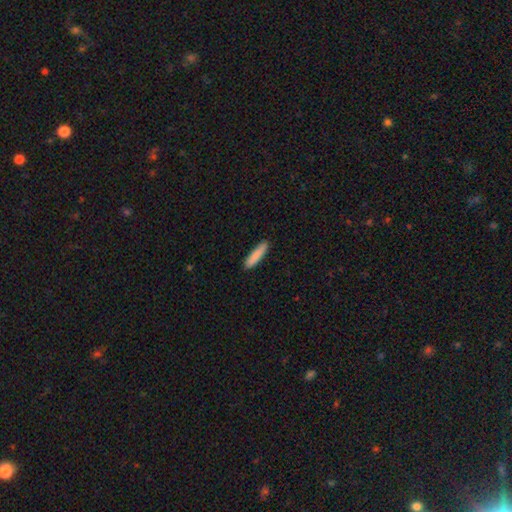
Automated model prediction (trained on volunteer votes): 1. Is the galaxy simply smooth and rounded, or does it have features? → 87% smooth, 7% featured or disk, 6% star or artifact.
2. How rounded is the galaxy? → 84% cigar-shaped, 15% in between, 1% round.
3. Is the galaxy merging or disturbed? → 89% none, 9% minor disturbance, 2% major disturbance, 1% merger.